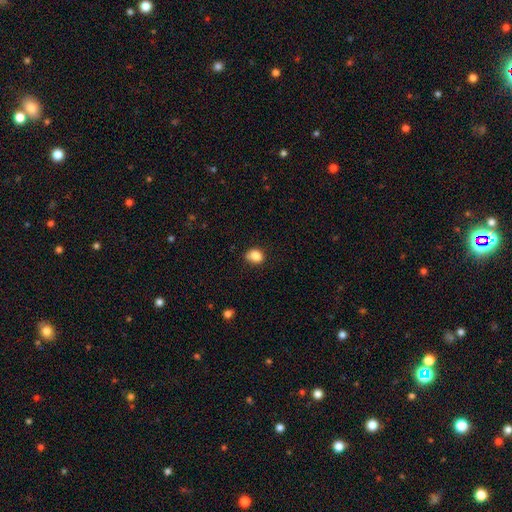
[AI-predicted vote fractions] smooth-or-featured: smooth: 85% | star or artifact: 10% | featured or disk: 6%
  how-rounded: round: 52% | in between: 47% | cigar-shaped: 1%
  merging: none: 71% | minor disturbance: 23% | major disturbance: 4% | merger: 2%